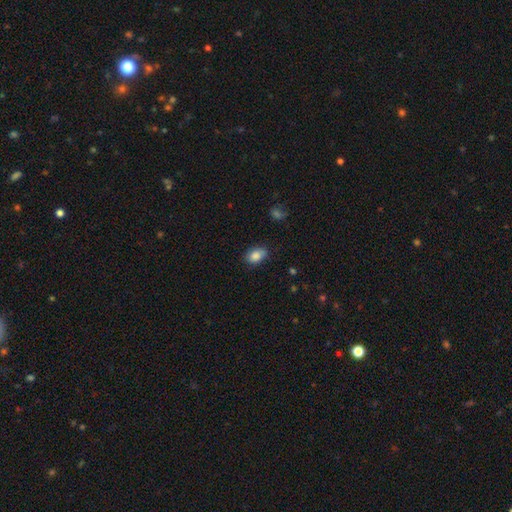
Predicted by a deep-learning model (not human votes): Smooth or featured: smooth — 86% (star or artifact — 8%)
How rounded: in between — 84% (round — 15%)
Merging: none — 78% (minor disturbance — 17%)